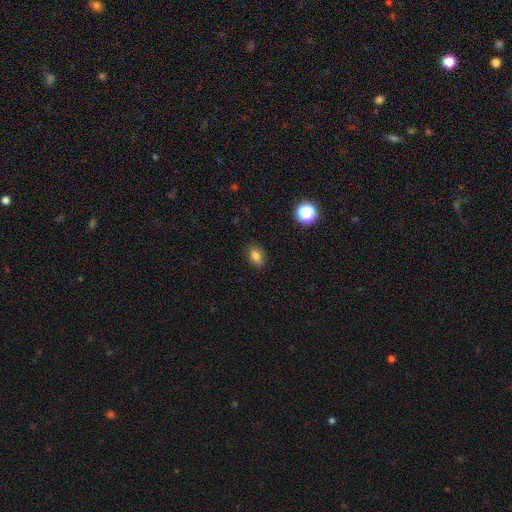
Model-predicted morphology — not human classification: A smooth galaxy with no disk features (82%) that is in between round and cigar-shaped (81%).

Vote fractions:
- Smooth or featured? smooth: 82% / star or artifact: 12% / featured or disk: 6%
- How rounded? in between: 81% / round: 17% / cigar-shaped: 2%
- Merging? none: 87% / minor disturbance: 9% / major disturbance: 2% / merger: 1%